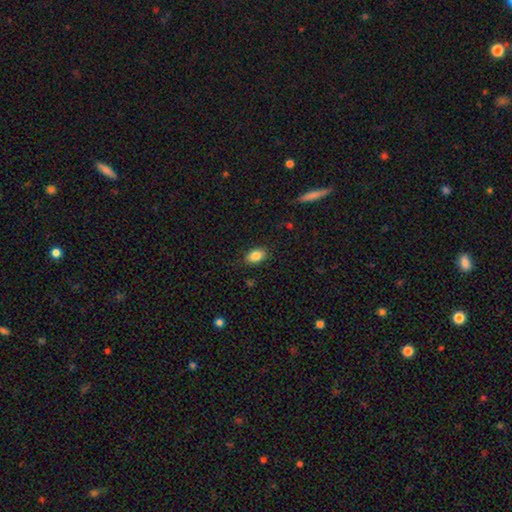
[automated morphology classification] This appears to be a smooth galaxy with no disk features (85%) that is in between round and cigar-shaped (82%). Merging: none (85%).